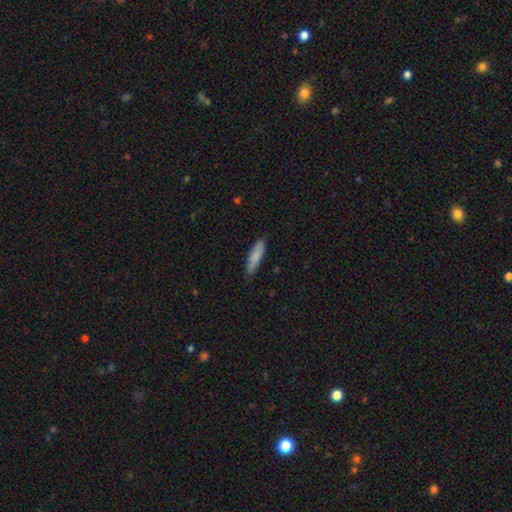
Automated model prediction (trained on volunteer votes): Overall: smooth (83%). How rounded: cigar-shaped (75%). Merging: none (82%).